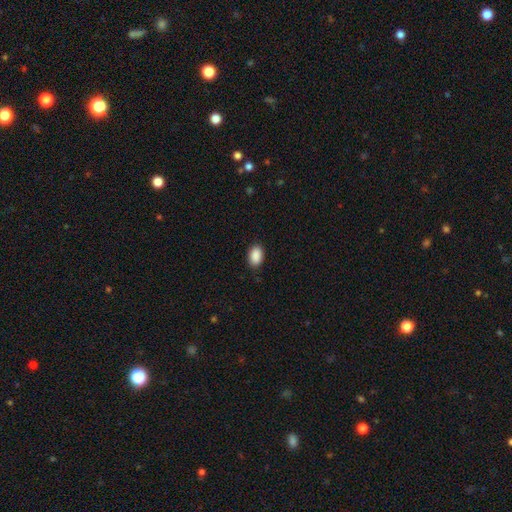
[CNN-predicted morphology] This appears to be a smooth galaxy with no disk features (90%) that is in between round and cigar-shaped (88%). Merging: none (87%).